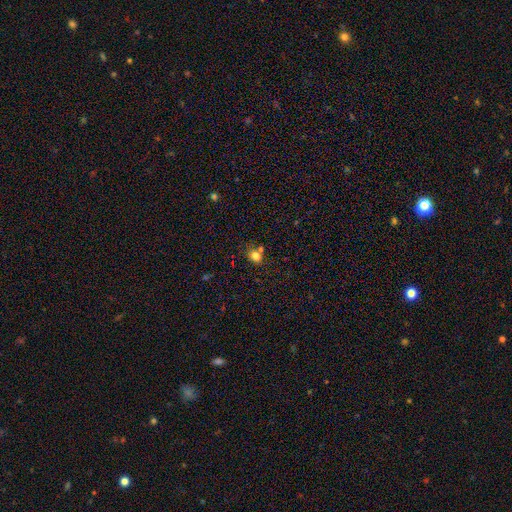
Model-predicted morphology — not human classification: smooth-or-featured: smooth: 79% | star or artifact: 13% | featured or disk: 7%
  how-rounded: round: 54% | in between: 45% | cigar-shaped: 1%
  merging: none: 61% | merger: 21% | minor disturbance: 14% | major disturbance: 4%